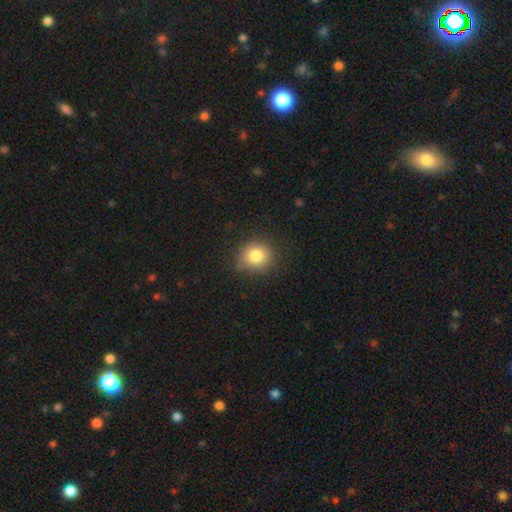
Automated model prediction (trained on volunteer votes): Overall: smooth (82%). How rounded: round (84%). Merging: none (77%).